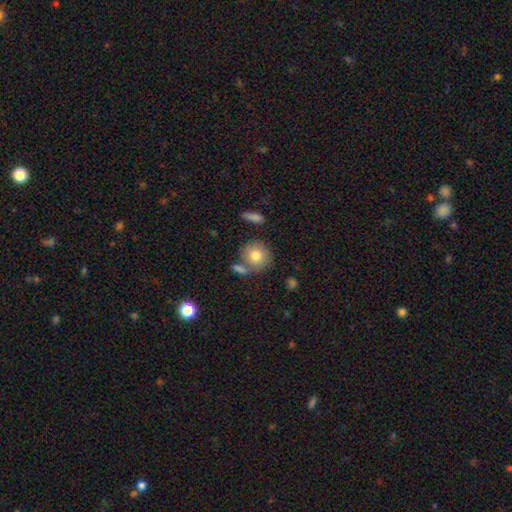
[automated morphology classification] smooth_or_featured: smooth (p=0.77) [alt: featured or disk p=0.14]
how_rounded: round (p=0.87) [alt: in between p=0.12]
merging: none (p=0.64) [alt: merger p=0.19]